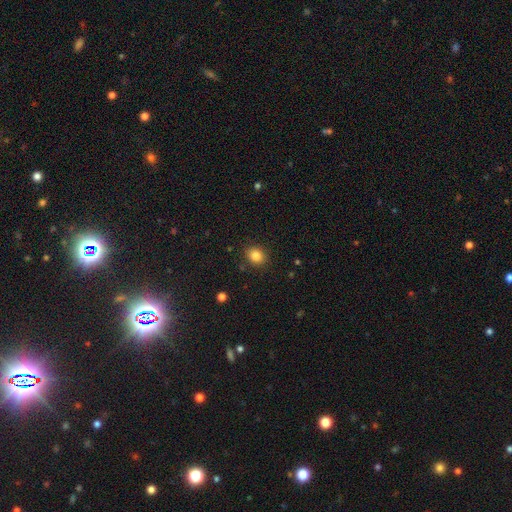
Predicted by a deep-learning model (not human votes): Smooth or featured: smooth — 83% (star or artifact — 11%)
How rounded: round — 67% (in between — 32%)
Merging: none — 88% (minor disturbance — 8%)